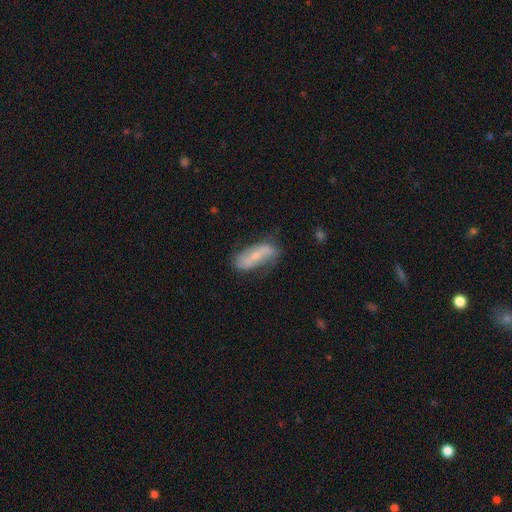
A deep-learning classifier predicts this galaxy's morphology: Smooth or featured?
  - featured or disk: 62% *
  - smooth: 31%
  - star or artifact: 7%
Edge-on disk?
  - no: 86% *
  - yes: 14%
Bar?
  - strong: 37% *
  - no: 34%
  - weak: 29%
Spiral arms?
  - yes: 80% *
  - no: 20%
Bulge size?
  - small: 67% *
  - moderate: 27%
  - none: 4%
  - large: 2%
  - dominant: 1%
Merging?
  - none: 64% *
  - minor disturbance: 25%
  - major disturbance: 9%
  - merger: 2%